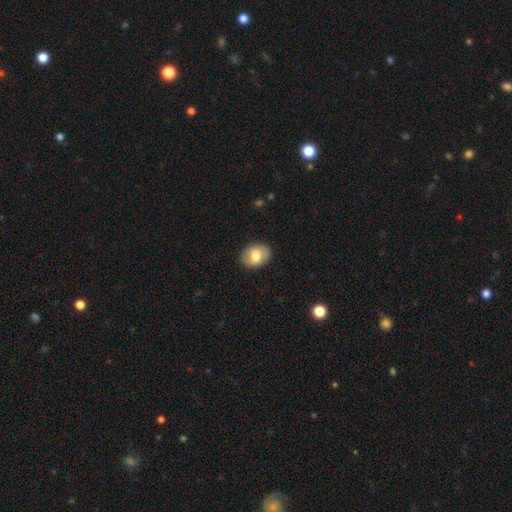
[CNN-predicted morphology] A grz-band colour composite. It shows a smooth galaxy with no disk features (74%) that is in between round and cigar-shaped (73%). Merging: none (86%).